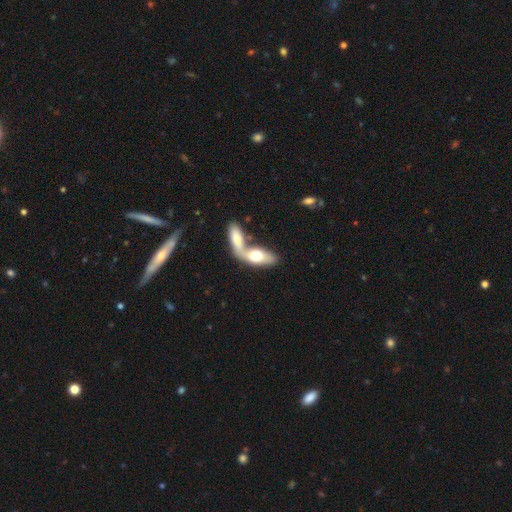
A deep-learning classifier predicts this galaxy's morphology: A smooth galaxy with no disk features (65%) that is in between round and cigar-shaped (81%). Merging: merger (70%).